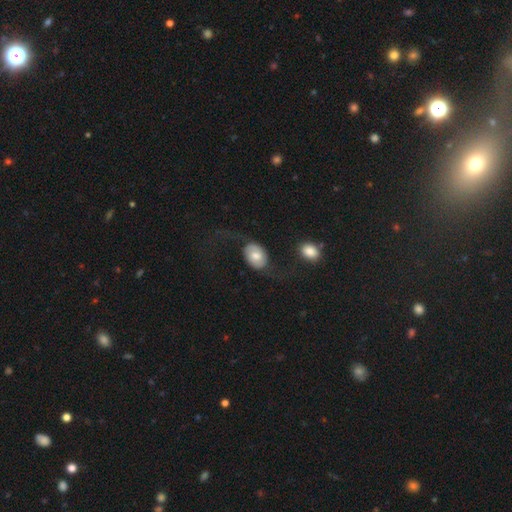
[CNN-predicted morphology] A smooth galaxy with no disk features (55%) that is in between round and cigar-shaped (73%).

Vote fractions:
- Smooth or featured? smooth: 55% / featured or disk: 38% / star or artifact: 7%
- How rounded? in between: 73% / round: 25% / cigar-shaped: 1%
- Merging? none: 52% / major disturbance: 25% / minor disturbance: 17% / merger: 6%